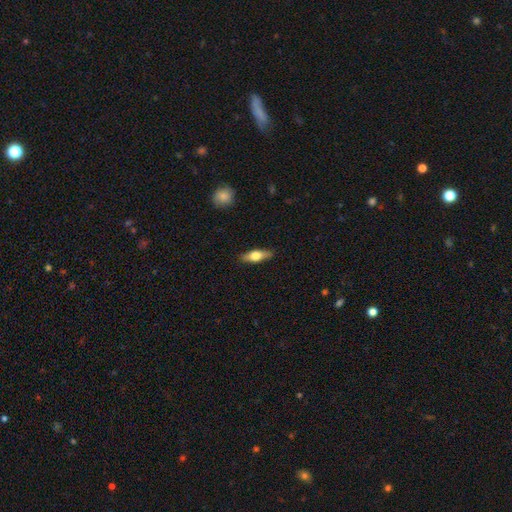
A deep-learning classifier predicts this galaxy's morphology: type=smooth (54%); roundness=in between (54%); merging=none (87%).